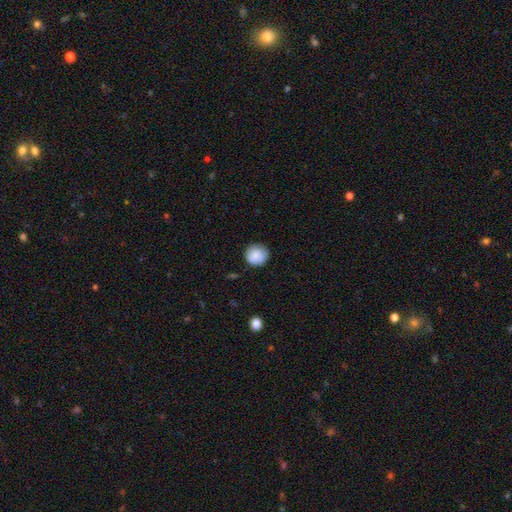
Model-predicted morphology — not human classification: A smooth galaxy with no disk features (86%) that is round (93%).

Vote fractions:
- Smooth or featured? smooth: 86% / star or artifact: 7% / featured or disk: 6%
- How rounded? round: 93% / in between: 6% / cigar-shaped: 1%
- Merging? none: 83% / minor disturbance: 13% / major disturbance: 3% / merger: 1%